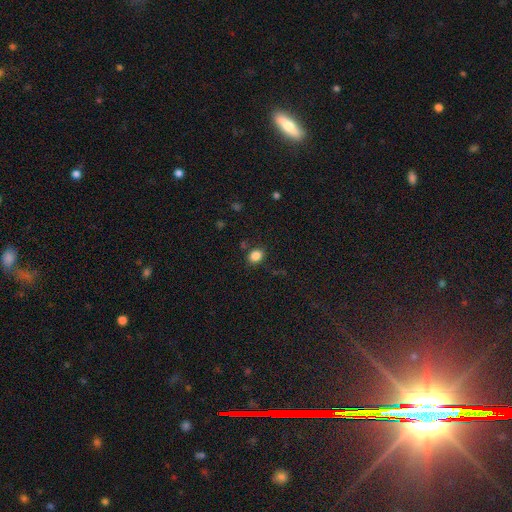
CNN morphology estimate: smooth-or-featured: smooth: 85% | star or artifact: 11% | featured or disk: 4%
  how-rounded: in between: 52% | round: 47% | cigar-shaped: 1%
  merging: none: 83% | minor disturbance: 10% | major disturbance: 3% | merger: 3%